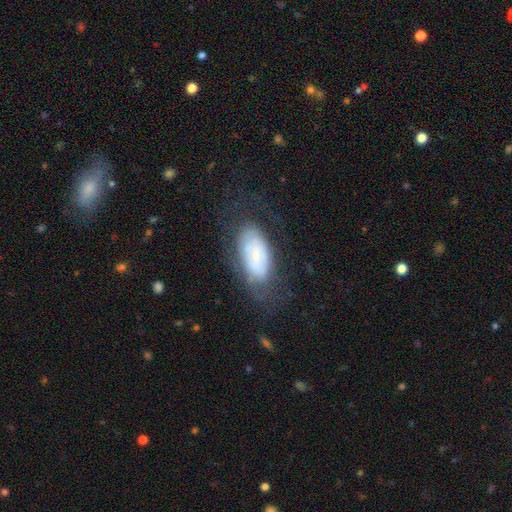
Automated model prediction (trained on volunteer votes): A smooth galaxy with no disk features (49%).

Vote fractions:
- Smooth or featured? smooth: 49% / featured or disk: 42% / star or artifact: 9%
- Merging? none: 59% / minor disturbance: 21% / major disturbance: 18% / merger: 2%